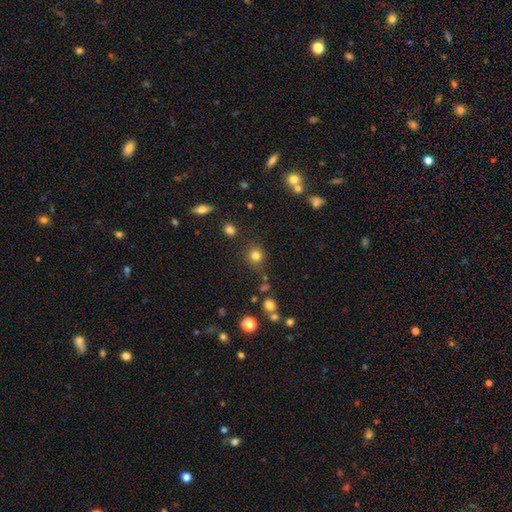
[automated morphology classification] This is likely a smooth galaxy (80%). How rounded: clearly round (90%). Merging: likely none (80%).